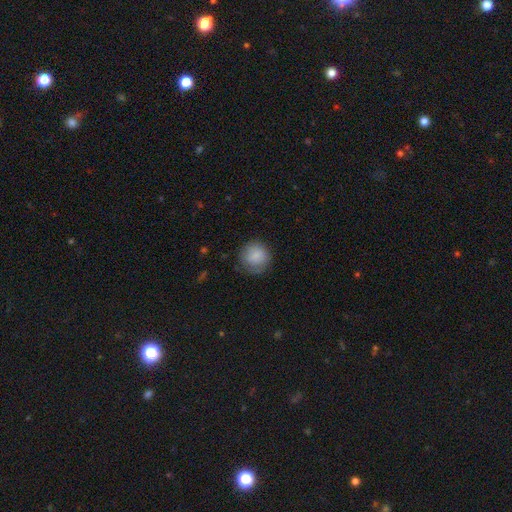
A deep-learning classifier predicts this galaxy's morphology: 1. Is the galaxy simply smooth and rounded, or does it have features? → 86% smooth, 7% featured or disk, 7% star or artifact.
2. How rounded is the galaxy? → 92% round, 7% in between, 1% cigar-shaped.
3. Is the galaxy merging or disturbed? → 77% none, 17% minor disturbance, 5% major disturbance, 1% merger.